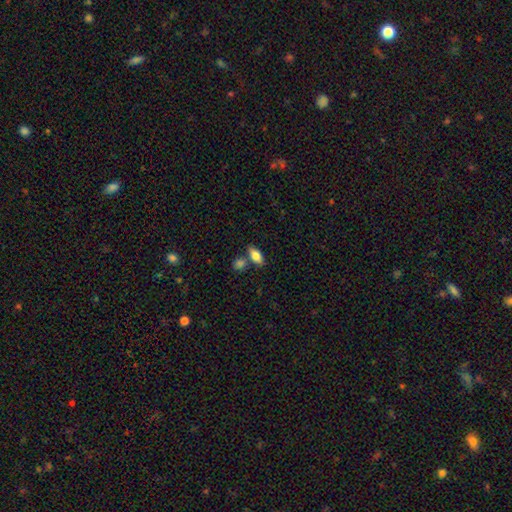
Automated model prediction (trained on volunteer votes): smooth_or_featured: smooth (p=0.75) [alt: featured or disk p=0.18]
how_rounded: in between (p=0.84) [alt: cigar-shaped p=0.11]
merging: none (p=0.70) [alt: merger p=0.15]